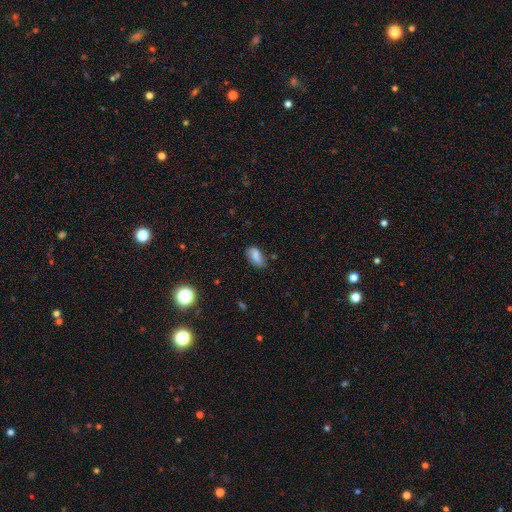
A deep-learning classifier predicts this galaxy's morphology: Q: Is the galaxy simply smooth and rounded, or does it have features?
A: smooth — 78%.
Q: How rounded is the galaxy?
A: in between — 89%.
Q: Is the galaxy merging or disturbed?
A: none — 67%.